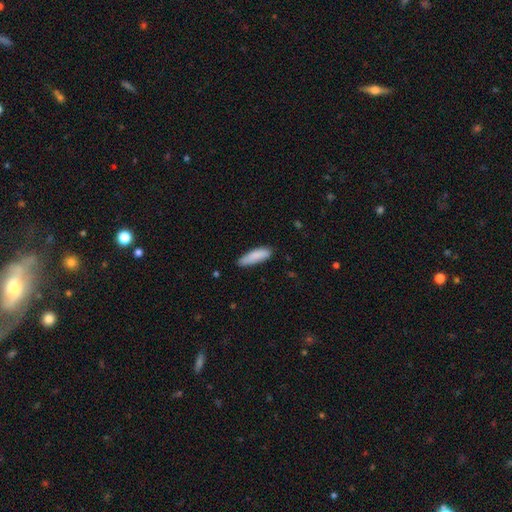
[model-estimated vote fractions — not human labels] This appears to be a smooth galaxy with no disk features (87%) that is cigar-shaped (57%). Merging: none (80%).